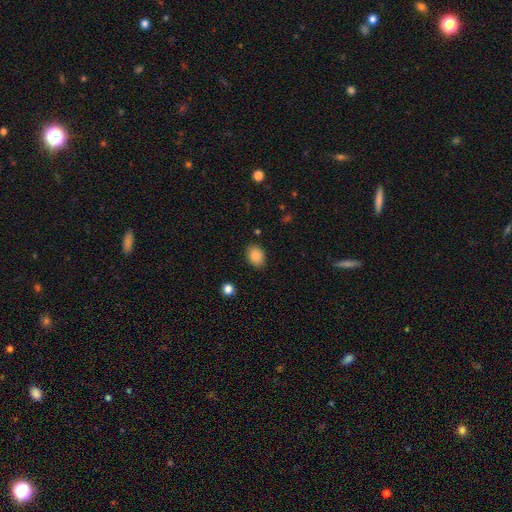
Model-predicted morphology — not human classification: type=smooth (88%); roundness=in between (74%); merging=none (86%).